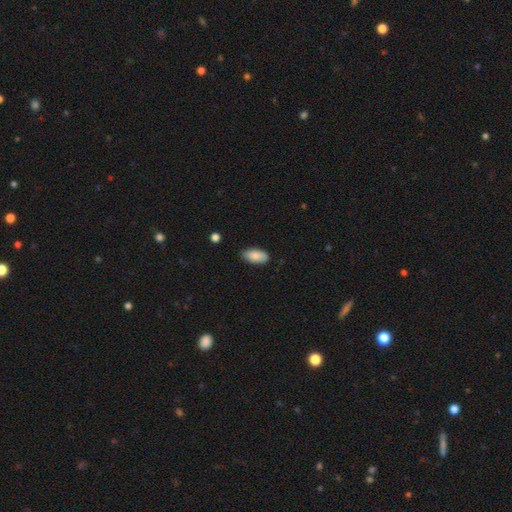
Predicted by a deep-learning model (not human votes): smooth-or-featured: smooth: 87% | star or artifact: 7% | featured or disk: 7%
  how-rounded: in between: 94% | cigar-shaped: 4% | round: 2%
  merging: none: 83% | minor disturbance: 14% | major disturbance: 2% | merger: 1%